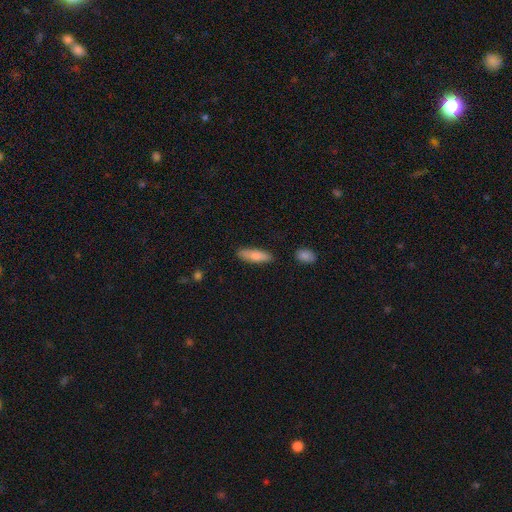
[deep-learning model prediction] smooth-or-featured: smooth: 80% | featured or disk: 14% | star or artifact: 6%
  how-rounded: cigar-shaped: 55% | in between: 43% | round: 2%
  merging: none: 84% | minor disturbance: 11% | major disturbance: 2% | merger: 2%